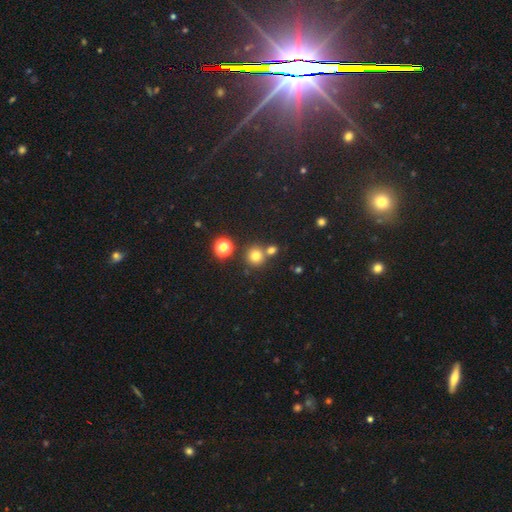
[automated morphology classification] Overall: smooth (74%). How rounded: round (91%). Merging: none (69%).